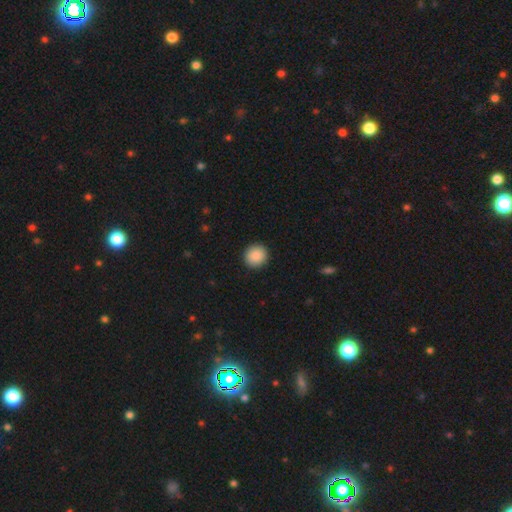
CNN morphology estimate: The model was most divided on "how rounded": round: 89%, in between: 10%, cigar-shaped: 1%. More confident: merging — none (92%); smooth or featured — smooth (90%).